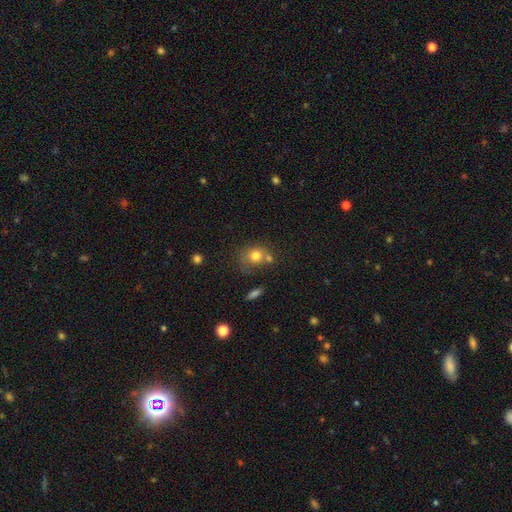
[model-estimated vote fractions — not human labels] smooth 76%, featured or disk 13%, star or artifact 11%. Down the decision tree: how rounded — round (72%); merging — none (46%).